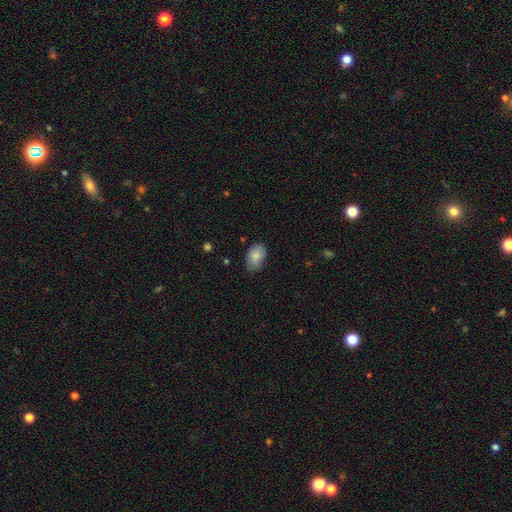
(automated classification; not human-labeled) Smooth or featured? smooth (82%)
How rounded? in between (87%)
Merging? none (61%)